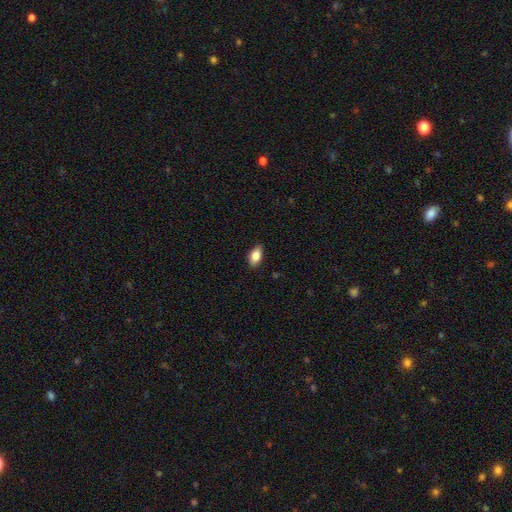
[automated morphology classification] smooth 81%, featured or disk 11%, star or artifact 7%. Down the decision tree: how rounded — in between (90%); merging — none (85%).